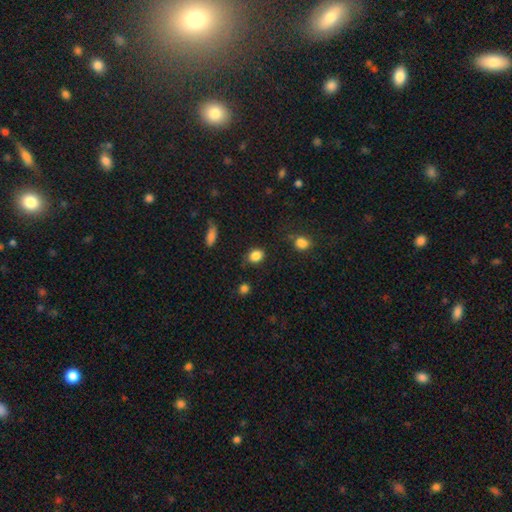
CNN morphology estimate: This is clearly a smooth galaxy (85%). How rounded: possibly round (57%). Merging: likely none (78%).